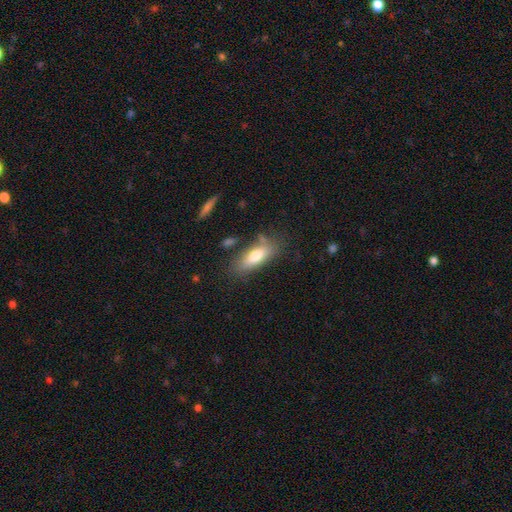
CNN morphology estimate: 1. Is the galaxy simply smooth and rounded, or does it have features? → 74% smooth, 19% featured or disk, 7% star or artifact.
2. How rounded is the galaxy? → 72% in between, 25% cigar-shaped, 3% round.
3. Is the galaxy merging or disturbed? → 70% none, 19% minor disturbance, 6% major disturbance, 5% merger.